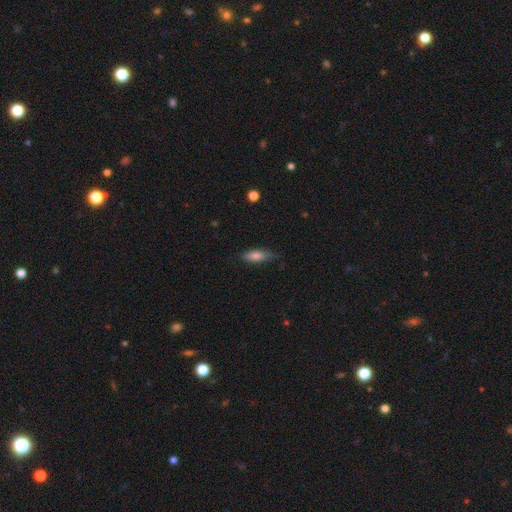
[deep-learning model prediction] smooth_or_featured: smooth (p=0.74) [alt: featured or disk p=0.18]
how_rounded: in between (p=0.57) [alt: cigar-shaped p=0.41]
merging: none (p=0.69) [alt: minor disturbance p=0.26]